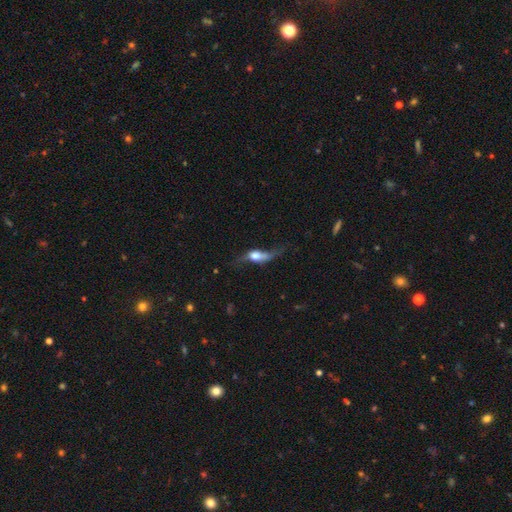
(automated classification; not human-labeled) smooth-or-featured: featured or disk: 51% | smooth: 39% | star or artifact: 10%
  disk-edge-on: no: 51% | yes: 49%
  merging: none: 38% | major disturbance: 34% | minor disturbance: 23% | merger: 5%